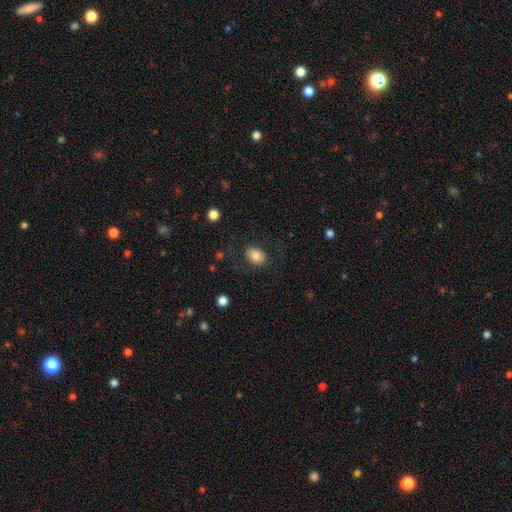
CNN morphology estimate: smooth 81%, featured or disk 11%, star or artifact 9%. Down the decision tree: how rounded — in between (68%); merging — none (80%).